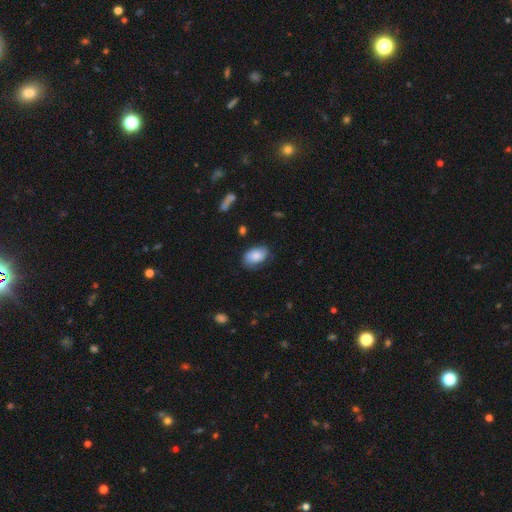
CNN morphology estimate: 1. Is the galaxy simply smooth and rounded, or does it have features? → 72% smooth, 20% featured or disk, 8% star or artifact.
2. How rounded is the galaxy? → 87% in between, 12% round, 1% cigar-shaped.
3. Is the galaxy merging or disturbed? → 67% none, 24% minor disturbance, 7% major disturbance, 2% merger.